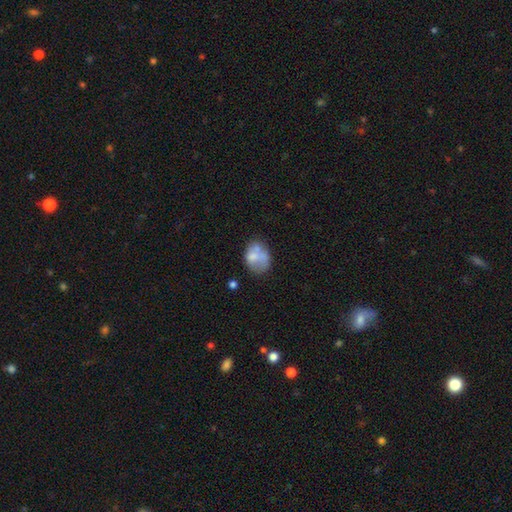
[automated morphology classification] Q: Smooth or featured?
A: smooth (62%); runner-up: featured or disk (29%)
Q: How rounded?
A: in between (61%); runner-up: round (38%)
Q: Merging?
A: none (39%); runner-up: minor disturbance (24%)